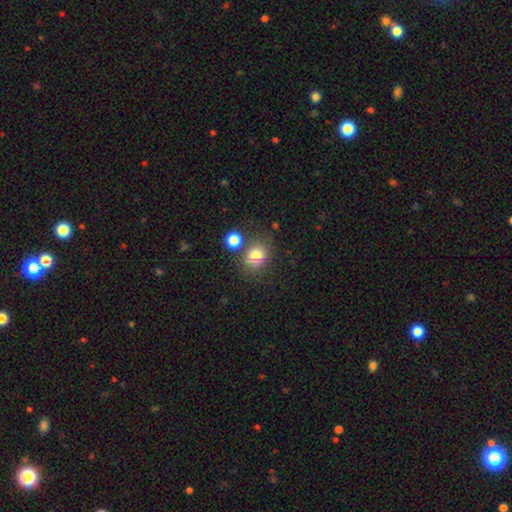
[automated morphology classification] type=smooth (78%); roundness=round (63%); merging=none (66%).